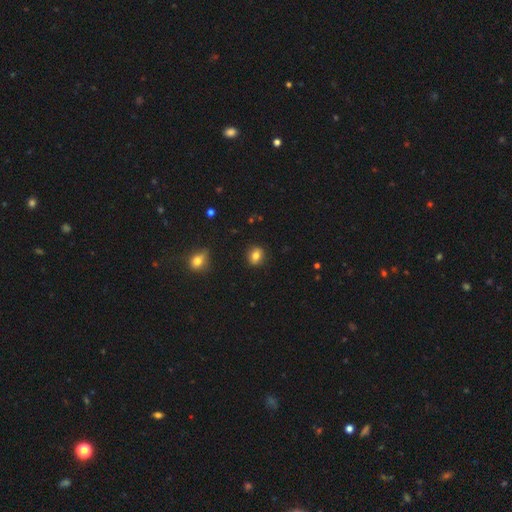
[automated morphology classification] Q: Smooth or featured?
A: smooth (79%); runner-up: featured or disk (10%)
Q: How rounded?
A: round (65%); runner-up: in between (34%)
Q: Merging?
A: none (88%); runner-up: minor disturbance (8%)